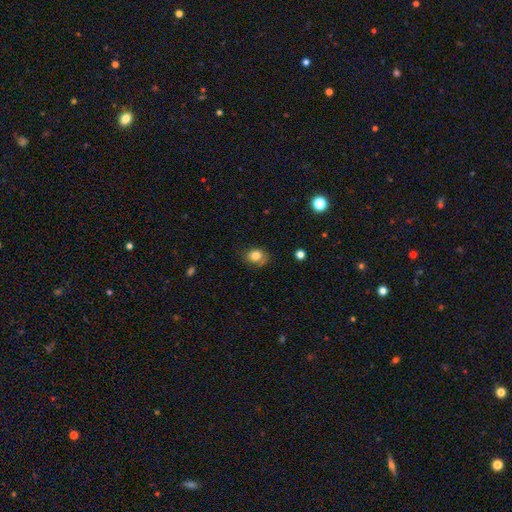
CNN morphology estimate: type=smooth (80%); roundness=in between (50%); merging=none (70%).